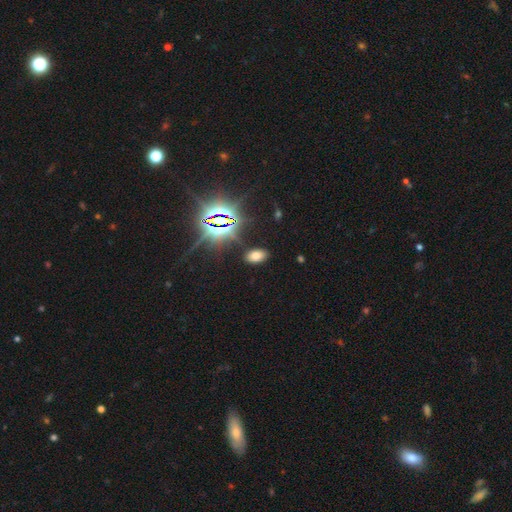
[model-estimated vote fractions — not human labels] The model was most divided on "smooth or featured": smooth: 59%, star or artifact: 33%, featured or disk: 8%. More confident: how rounded — in between (92%); merging — none (87%).